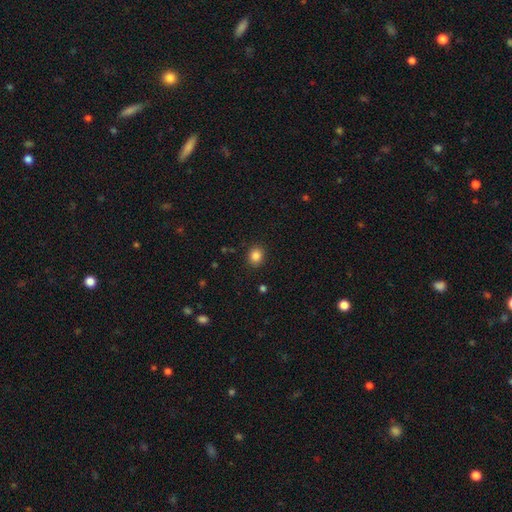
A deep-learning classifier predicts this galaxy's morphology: This is clearly a smooth galaxy (85%). How rounded: likely round (73%). Merging: clearly none (89%).